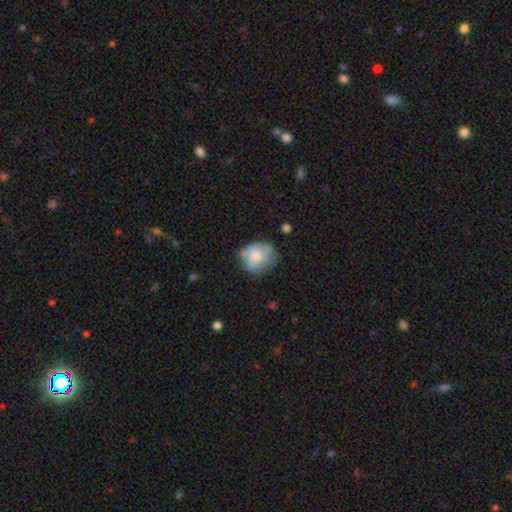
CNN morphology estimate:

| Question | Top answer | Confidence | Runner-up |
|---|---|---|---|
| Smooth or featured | smooth | 71% | featured or disk (21%) |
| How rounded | round | 67% | in between (32%) |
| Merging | none | 58% | minor disturbance (28%) |